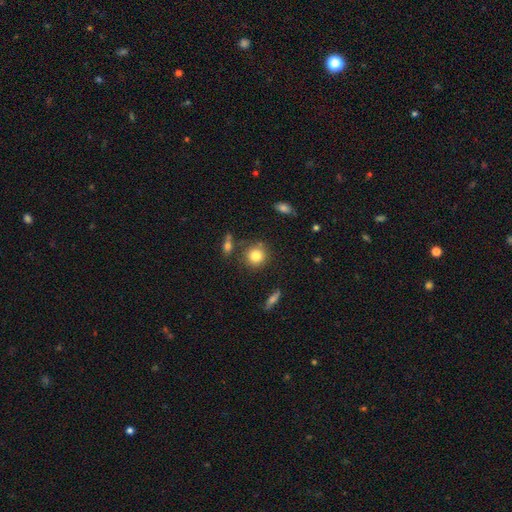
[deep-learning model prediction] smooth 82%, star or artifact 10%, featured or disk 9%. Down the decision tree: how rounded — round (87%); merging — none (79%).